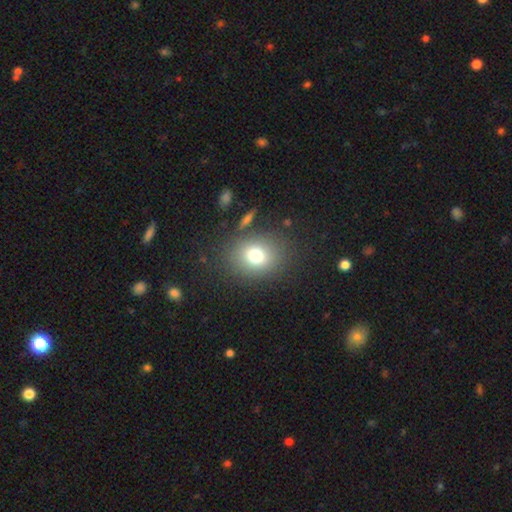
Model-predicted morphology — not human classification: Smooth or featured? smooth (74%)
How rounded? round (53%)
Merging? none (80%)